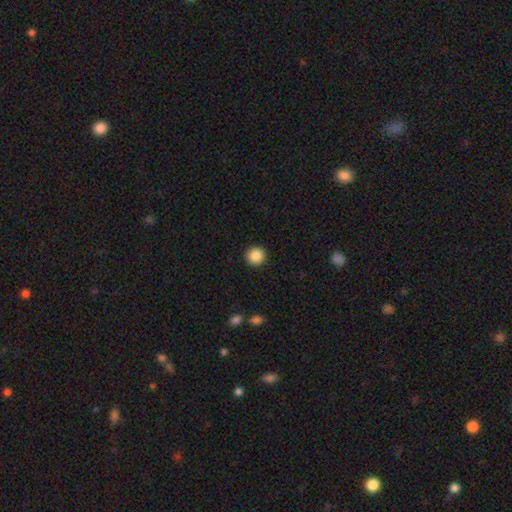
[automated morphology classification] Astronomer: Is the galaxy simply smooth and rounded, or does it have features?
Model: smooth — 87%.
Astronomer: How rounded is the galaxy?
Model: round — 95%.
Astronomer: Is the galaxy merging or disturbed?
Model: none — 93%.